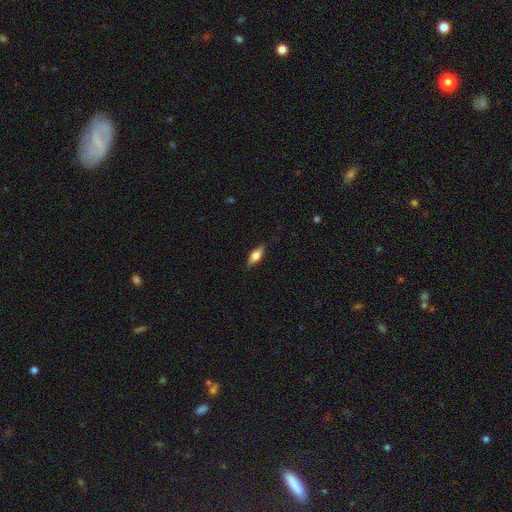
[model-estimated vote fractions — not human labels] The model was most divided on "smooth or featured": smooth: 62%, featured or disk: 31%, star or artifact: 7%. More confident: merging — none (84%); how rounded — in between (72%).